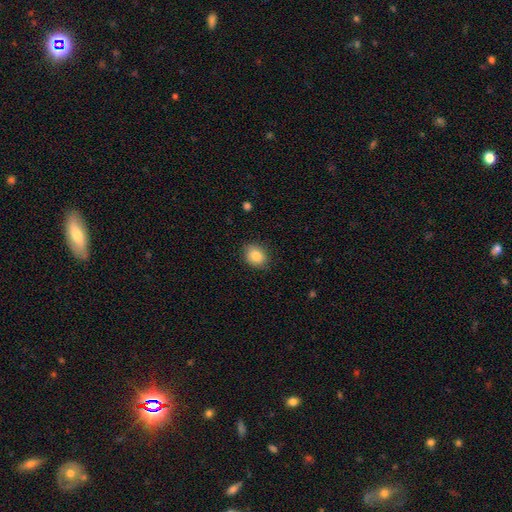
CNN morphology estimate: Q: Smooth or featured?
A: smooth (86%); runner-up: star or artifact (8%)
Q: How rounded?
A: in between (52%); runner-up: round (47%)
Q: Merging?
A: none (86%); runner-up: minor disturbance (11%)